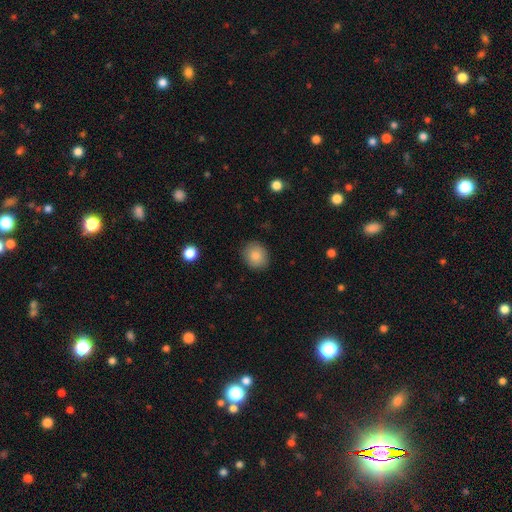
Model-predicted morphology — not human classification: smooth_or_featured: smooth (p=0.86) [alt: star or artifact p=0.08]
how_rounded: round (p=0.71) [alt: in between p=0.28]
merging: none (p=0.86) [alt: minor disturbance p=0.10]